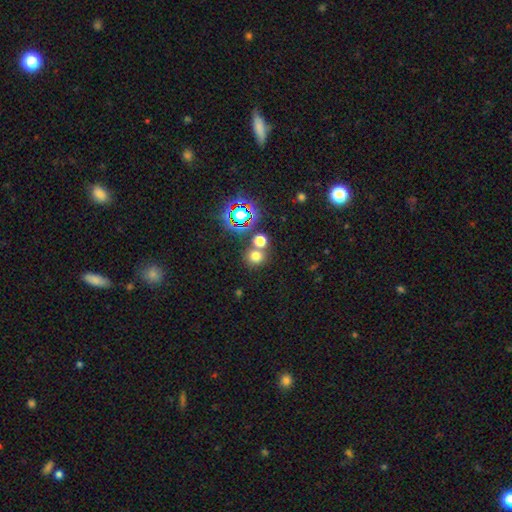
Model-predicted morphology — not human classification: Q: Smooth or featured?
A: smooth (68%); runner-up: star or artifact (25%)
Q: How rounded?
A: round (85%); runner-up: in between (14%)
Q: Merging?
A: none (65%); runner-up: merger (24%)